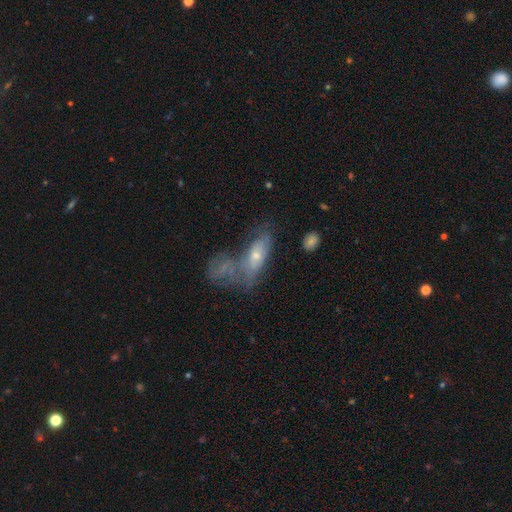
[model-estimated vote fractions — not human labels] smooth-or-featured: smooth: 45% | featured or disk: 43% | star or artifact: 11%
  merging: merger: 39% | none: 31% | minor disturbance: 16% | major disturbance: 14%